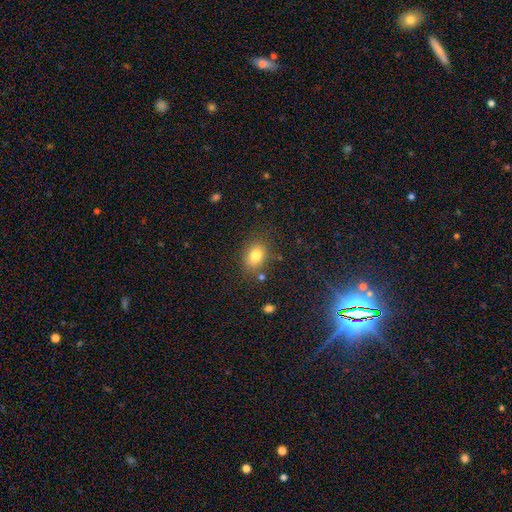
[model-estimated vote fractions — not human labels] A smooth galaxy with no disk features (81%) that is in between round and cigar-shaped (60%). Merging: none (79%).